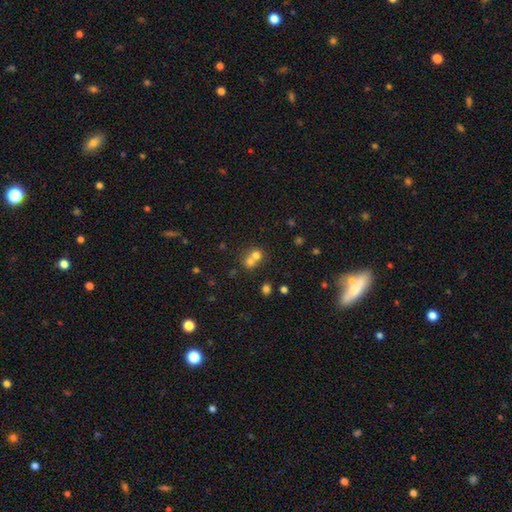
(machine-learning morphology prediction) This appears to be a smooth galaxy with no disk features (68%) that is round (79%). Merging: merger (63%).